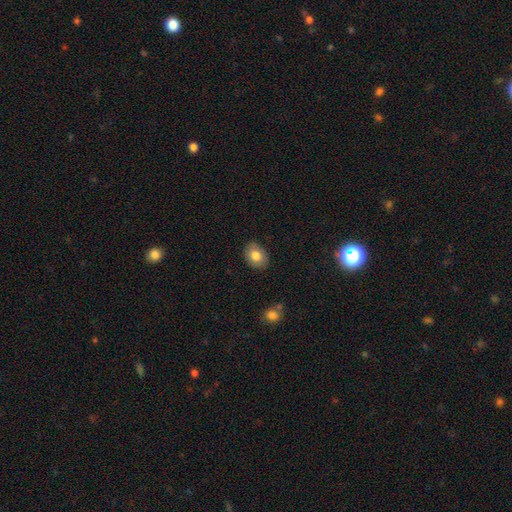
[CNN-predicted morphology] Smooth or featured?
  - smooth: 81% *
  - featured or disk: 11%
  - star or artifact: 8%
How rounded?
  - in between: 69% *
  - round: 30%
  - cigar-shaped: 1%
Merging?
  - none: 86% *
  - minor disturbance: 10%
  - major disturbance: 2%
  - merger: 1%